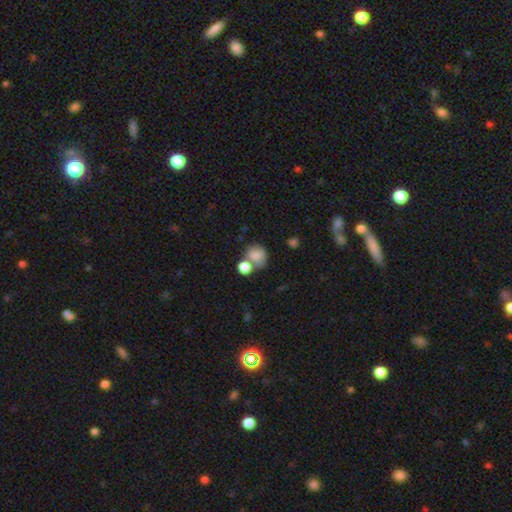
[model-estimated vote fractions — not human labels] Overall: smooth (79%). How rounded: round (74%). Merging: none (42%; merger 38%).